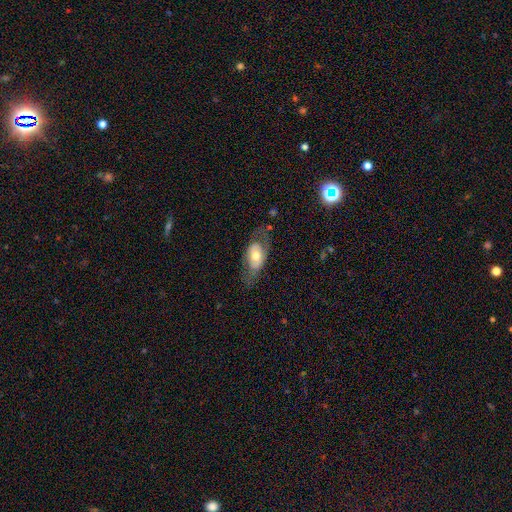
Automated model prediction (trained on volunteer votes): Q: Smooth or featured?
A: featured or disk (50%); runner-up: smooth (43%)
Q: Edge-on disk?
A: no (85%); runner-up: yes (15%)
Q: Merging?
A: none (61%); runner-up: minor disturbance (21%)